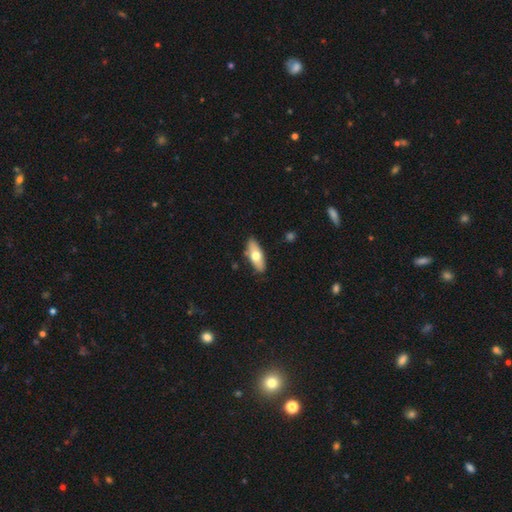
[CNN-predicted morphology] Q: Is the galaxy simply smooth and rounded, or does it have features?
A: smooth — 64%.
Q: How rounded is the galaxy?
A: in between — 74%.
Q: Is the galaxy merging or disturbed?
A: none — 84%.